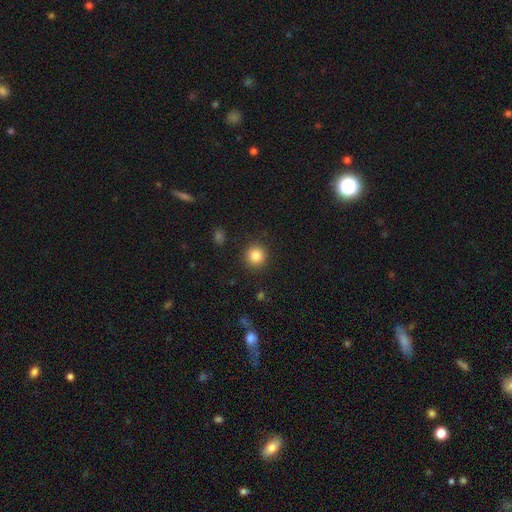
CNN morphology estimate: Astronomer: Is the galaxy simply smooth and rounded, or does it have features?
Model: smooth — 85%.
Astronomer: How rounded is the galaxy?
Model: round — 93%.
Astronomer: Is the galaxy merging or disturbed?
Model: none — 90%.